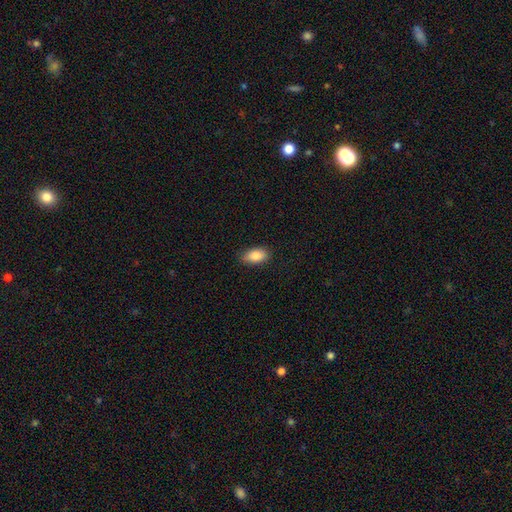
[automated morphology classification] smooth 87%, star or artifact 7%, featured or disk 6%. Down the decision tree: how rounded — in between (91%); merging — none (85%).